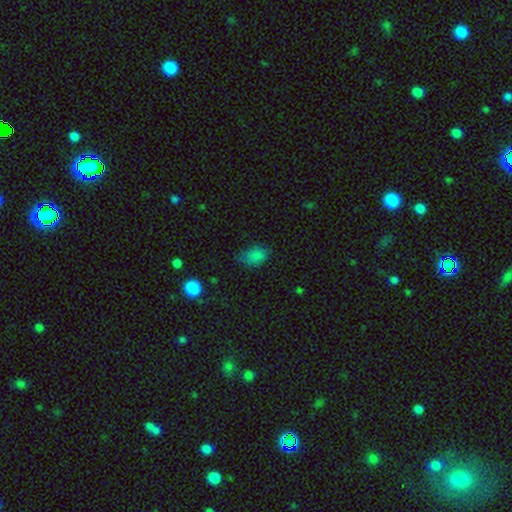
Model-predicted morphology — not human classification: smooth-or-featured: smooth: 79% | star or artifact: 15% | featured or disk: 6%
  how-rounded: in between: 84% | round: 14% | cigar-shaped: 2%
  merging: none: 54% | minor disturbance: 33% | major disturbance: 11% | merger: 2%